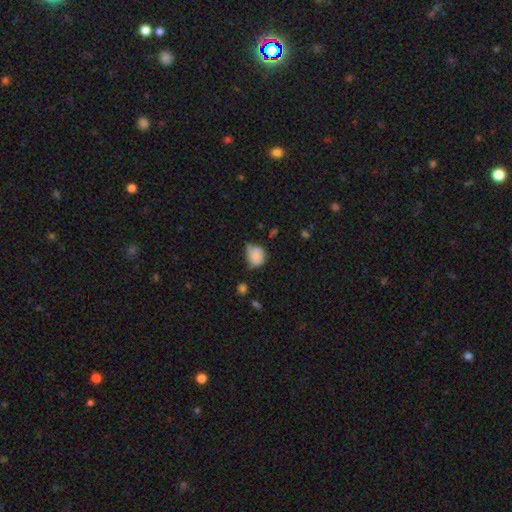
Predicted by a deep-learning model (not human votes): Morphology: type=smooth (75%); roundness=round (54%); merging=minor disturbance (44%).